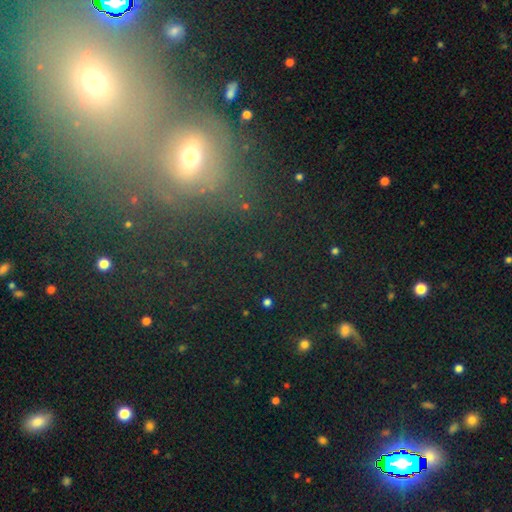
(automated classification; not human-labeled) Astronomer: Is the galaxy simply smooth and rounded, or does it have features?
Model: star or artifact — 49% (runner-up: smooth, 31%).